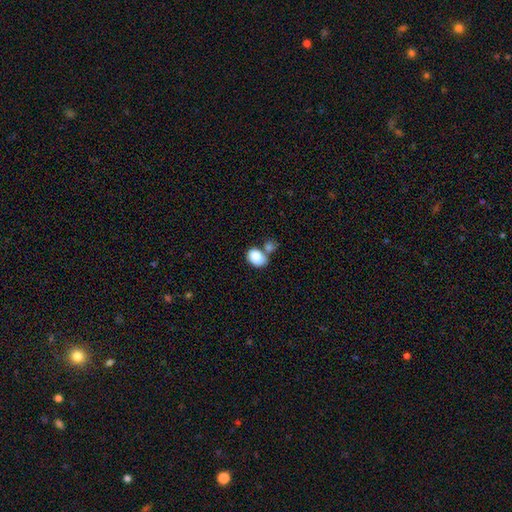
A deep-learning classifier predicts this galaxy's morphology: Q: Smooth or featured?
A: smooth (80%); runner-up: featured or disk (13%)
Q: How rounded?
A: in between (65%); runner-up: round (34%)
Q: Merging?
A: merger (43%); runner-up: none (34%)